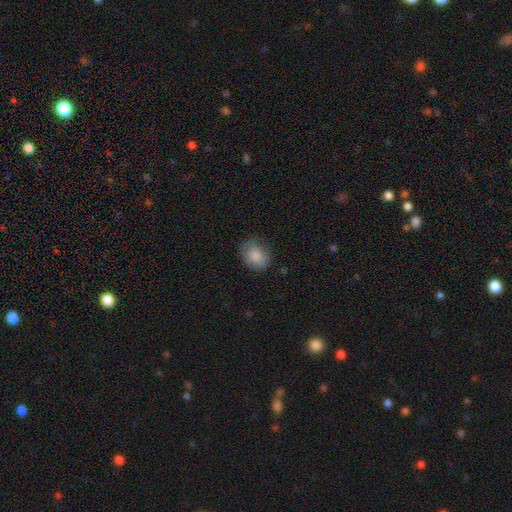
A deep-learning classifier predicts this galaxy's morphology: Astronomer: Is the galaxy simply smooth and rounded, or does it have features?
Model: smooth — 85%.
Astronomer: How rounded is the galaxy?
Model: in between — 52% (runner-up: round, 47%).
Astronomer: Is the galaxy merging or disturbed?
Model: none — 74%.